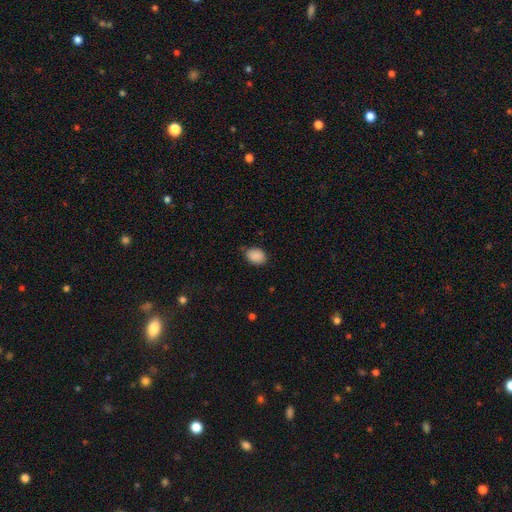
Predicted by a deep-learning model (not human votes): The model was most divided on "how rounded": in between: 73%, round: 26%, cigar-shaped: 1%. More confident: smooth or featured — smooth (89%); merging — none (72%).